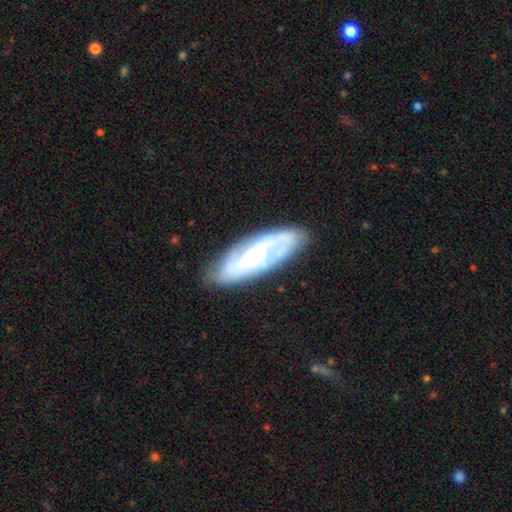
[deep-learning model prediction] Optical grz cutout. It shows a featured or disk galaxy (69%) with no bar (64%), spiral arms (79%) and a moderate central bulge (52%). Merging: none (77%).